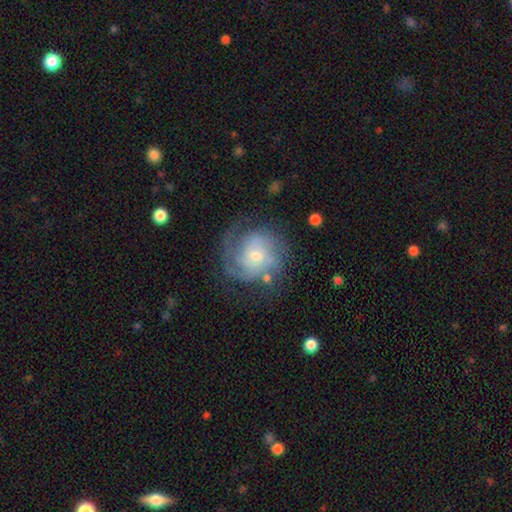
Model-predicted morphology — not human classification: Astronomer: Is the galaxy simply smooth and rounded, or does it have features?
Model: featured or disk — 80%.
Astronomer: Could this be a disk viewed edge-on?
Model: no — 98%.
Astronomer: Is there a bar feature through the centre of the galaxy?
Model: no — 68%.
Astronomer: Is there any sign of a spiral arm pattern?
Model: yes — 94%.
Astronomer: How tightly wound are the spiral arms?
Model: tight — 54% (runner-up: medium, 34%).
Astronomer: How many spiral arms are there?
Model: can't tell — 30% (runner-up: 2, 27%).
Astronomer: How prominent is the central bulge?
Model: small — 51% (runner-up: moderate, 43%).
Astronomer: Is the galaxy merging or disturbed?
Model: none — 65%.